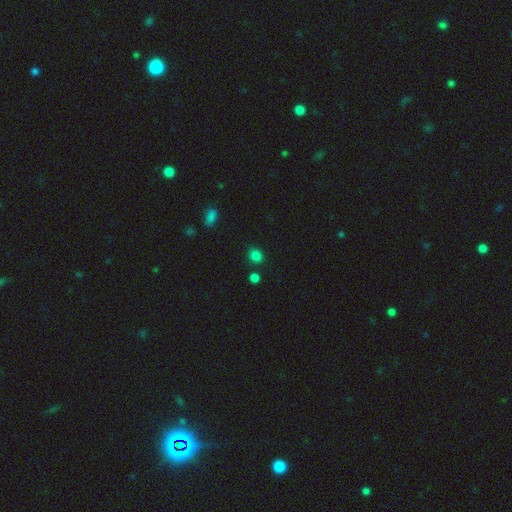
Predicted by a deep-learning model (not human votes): A smooth galaxy with no disk features (82%) that is round (64%). Merging: none (81%).